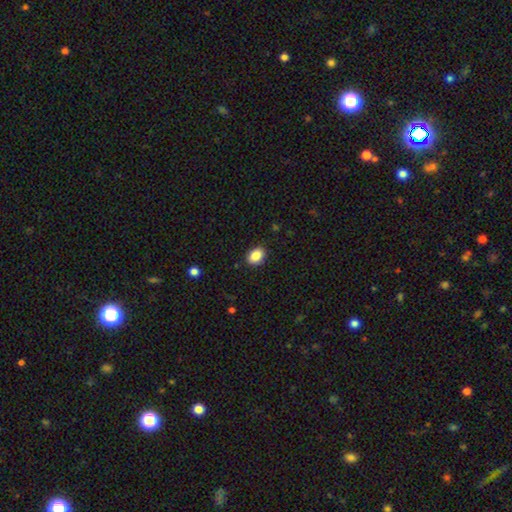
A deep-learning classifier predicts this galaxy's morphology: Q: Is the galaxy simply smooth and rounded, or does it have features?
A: smooth — 87%.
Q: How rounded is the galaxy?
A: in between — 71%.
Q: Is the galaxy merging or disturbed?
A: none — 89%.